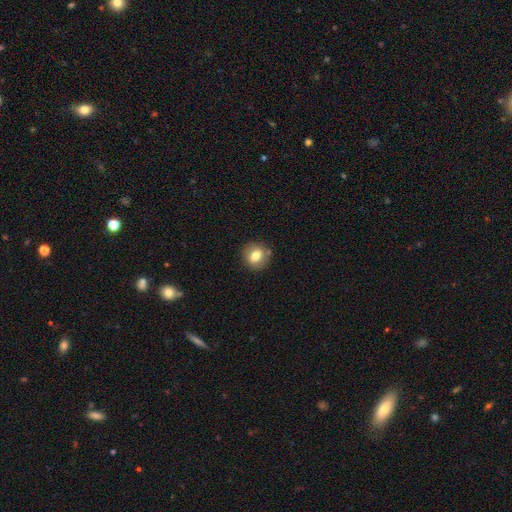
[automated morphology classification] Smooth or featured?
  - smooth: 75% *
  - featured or disk: 15%
  - star or artifact: 9%
How rounded?
  - round: 75% *
  - in between: 24%
  - cigar-shaped: 1%
Merging?
  - none: 84% *
  - minor disturbance: 10%
  - merger: 4%
  - major disturbance: 3%